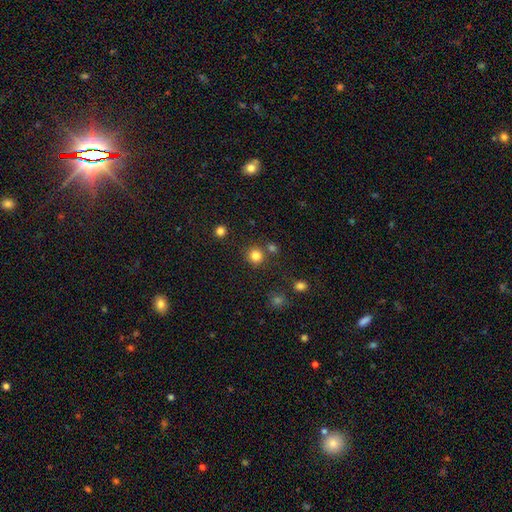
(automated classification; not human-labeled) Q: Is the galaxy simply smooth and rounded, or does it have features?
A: smooth — 82%.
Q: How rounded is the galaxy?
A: round — 92%.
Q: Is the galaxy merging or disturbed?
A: none — 80%.